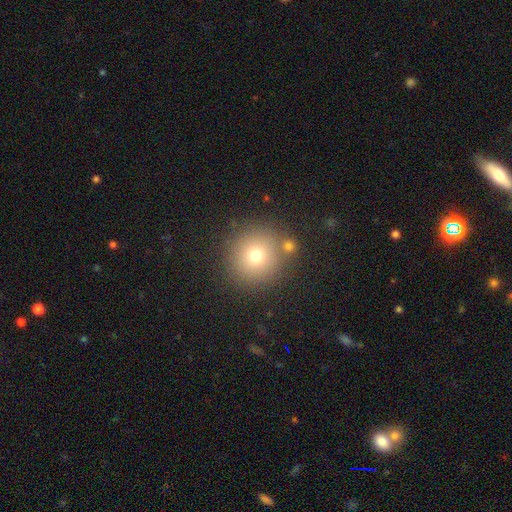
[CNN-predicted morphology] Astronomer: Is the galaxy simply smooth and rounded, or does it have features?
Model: smooth — 72%.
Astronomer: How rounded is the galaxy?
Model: round — 95%.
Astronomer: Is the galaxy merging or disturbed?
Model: none — 80%.